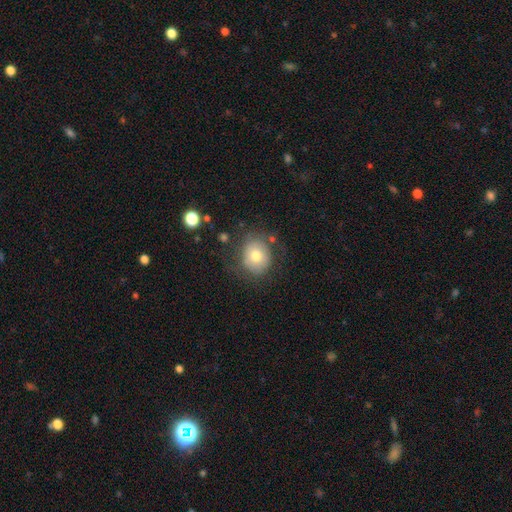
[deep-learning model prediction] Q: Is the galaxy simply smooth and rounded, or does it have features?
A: smooth — 69%.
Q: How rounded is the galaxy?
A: round — 74%.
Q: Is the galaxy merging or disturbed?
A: none — 69%.